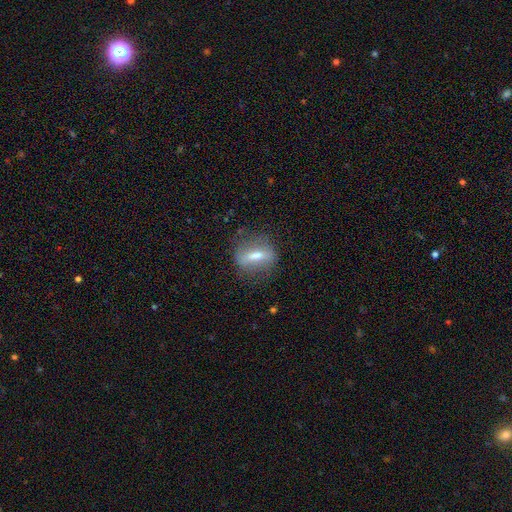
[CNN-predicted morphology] smooth_or_featured: smooth (p=0.48) [alt: featured or disk p=0.42]
merging: none (p=0.70) [alt: minor disturbance p=0.18]